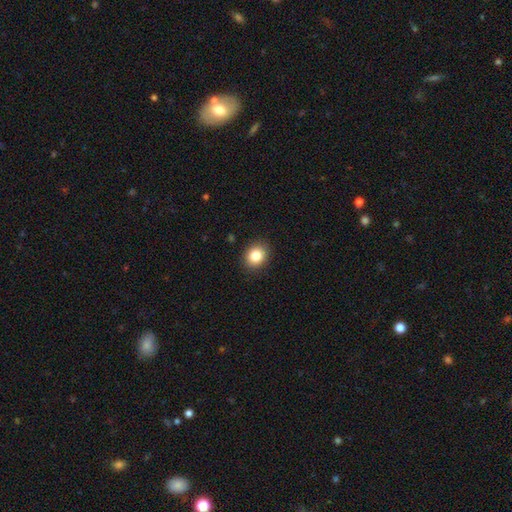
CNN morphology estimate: A smooth galaxy with no disk features (84%) that is round (55%).

Vote fractions:
- Smooth or featured? smooth: 84% / star or artifact: 10% / featured or disk: 7%
- How rounded? round: 55% / in between: 44% / cigar-shaped: 1%
- Merging? none: 90% / minor disturbance: 7% / major disturbance: 2% / merger: 1%